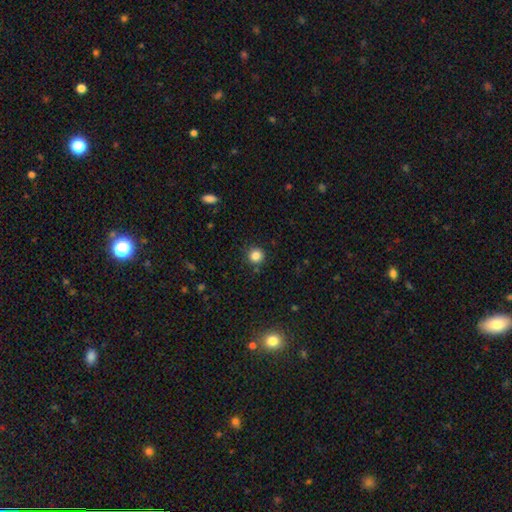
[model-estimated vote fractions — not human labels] Smooth or featured: smooth — 84% (star or artifact — 12%)
How rounded: round — 94% (in between — 5%)
Merging: none — 88% (minor disturbance — 8%)